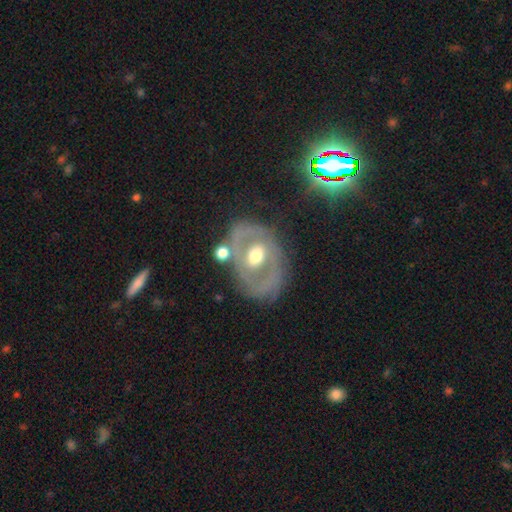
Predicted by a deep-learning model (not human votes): Smooth or featured? Predicted: featured or disk (p=0.73). Edge-on disk? Predicted: no (p=0.95). Bar? Predicted: no (p=0.53). Spiral arms? Predicted: yes (p=0.50, tied with no). Bulge size? Predicted: moderate (p=0.72). Merging? Predicted: none (p=0.57).